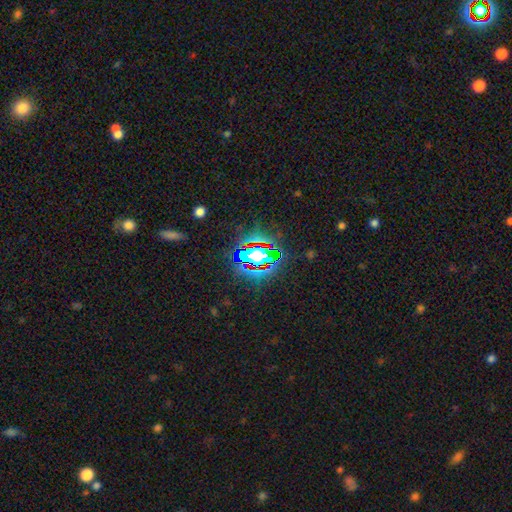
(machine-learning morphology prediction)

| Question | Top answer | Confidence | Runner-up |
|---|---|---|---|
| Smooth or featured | star or artifact | 69% | smooth (18%) |